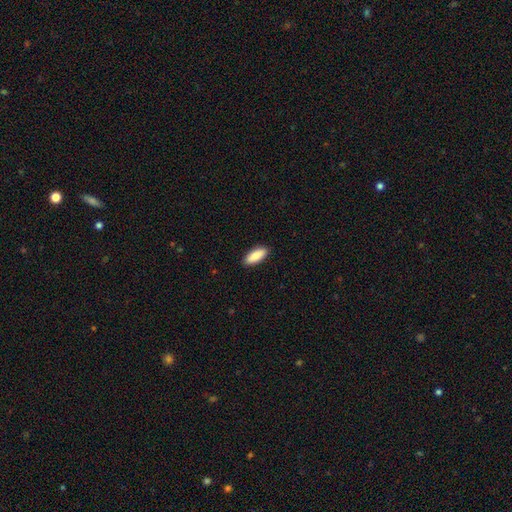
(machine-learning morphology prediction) Overall: smooth (88%). How rounded: in between (78%). Merging: none (90%).